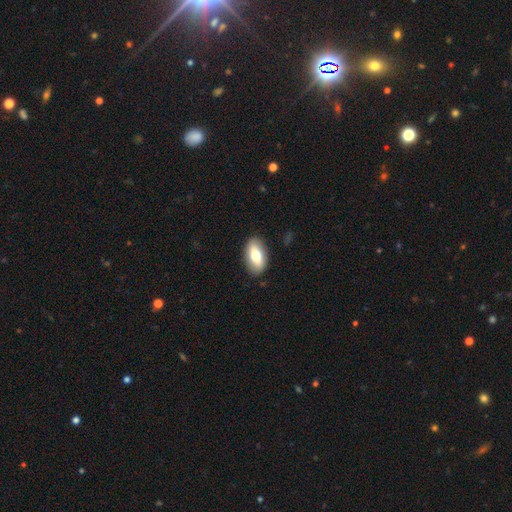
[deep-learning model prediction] Smooth or featured?
  - smooth: 70% *
  - featured or disk: 24%
  - star or artifact: 6%
How rounded?
  - in between: 92% *
  - round: 5%
  - cigar-shaped: 3%
Merging?
  - none: 87% *
  - minor disturbance: 10%
  - major disturbance: 2%
  - merger: 1%